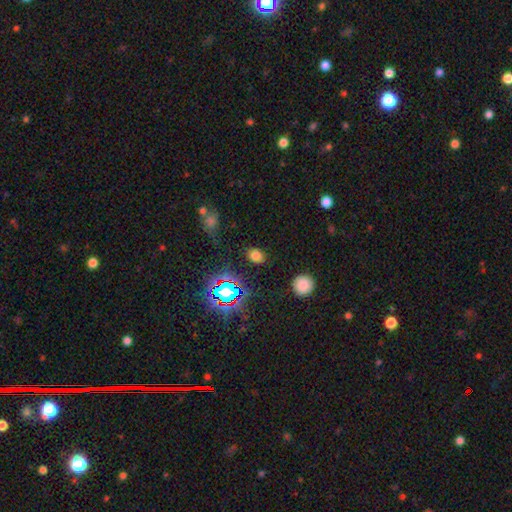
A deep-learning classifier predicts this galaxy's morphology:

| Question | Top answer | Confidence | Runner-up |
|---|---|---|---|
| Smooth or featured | smooth | 70% | star or artifact (23%) |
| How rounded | in between | 68% | round (31%) |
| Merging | none | 84% | minor disturbance (10%) |